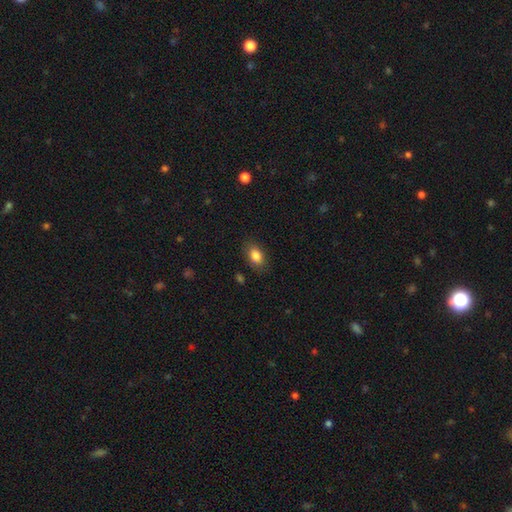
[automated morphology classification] smooth 85%, star or artifact 8%, featured or disk 7%. Down the decision tree: how rounded — in between (86%); merging — none (84%).